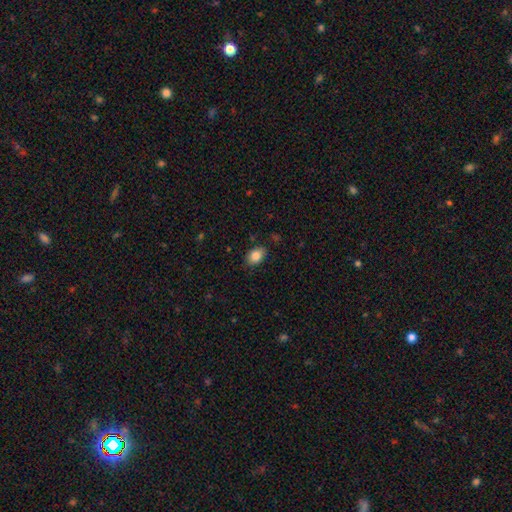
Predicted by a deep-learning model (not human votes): Smooth or featured? Predicted: smooth (p=0.85). How rounded? Predicted: in between (p=0.82). Merging? Predicted: none (p=0.84).